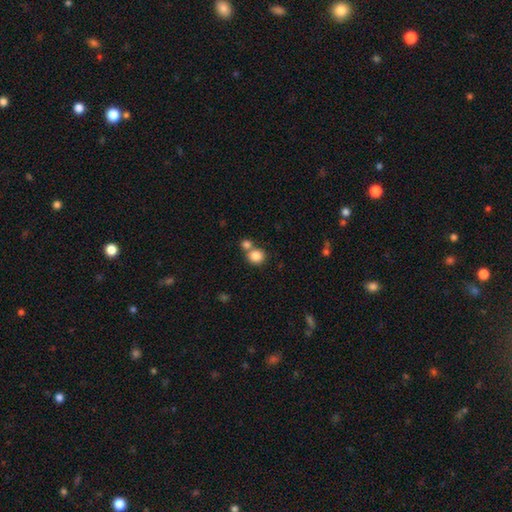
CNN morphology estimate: Overall: smooth (84%). How rounded: round (87%). Merging: none (55%; merger 35%).